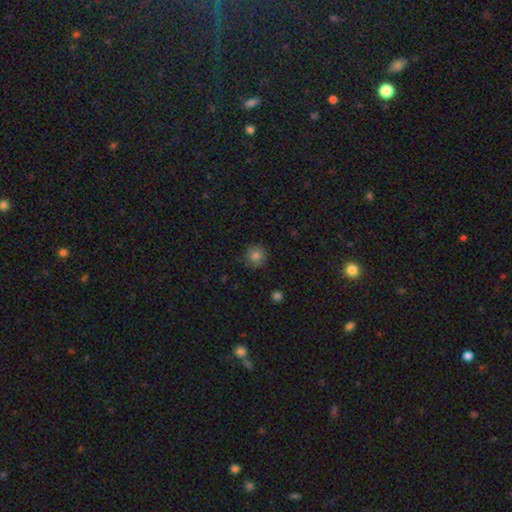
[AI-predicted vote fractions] Q: Smooth or featured?
A: smooth (81%); runner-up: star or artifact (12%)
Q: How rounded?
A: round (94%); runner-up: in between (5%)
Q: Merging?
A: none (89%); runner-up: minor disturbance (8%)